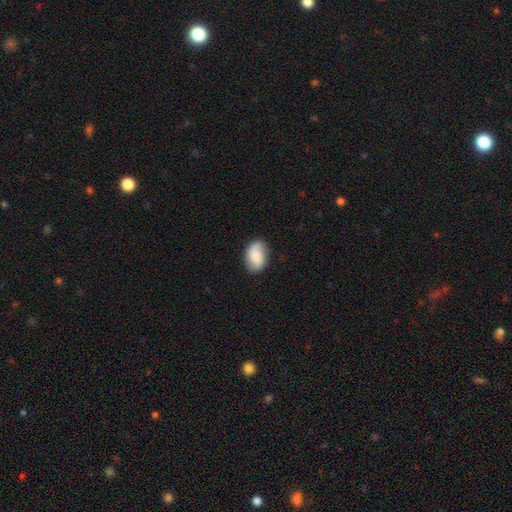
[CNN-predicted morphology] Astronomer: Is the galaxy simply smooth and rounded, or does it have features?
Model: smooth — 69%.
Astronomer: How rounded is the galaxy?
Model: in between — 85%.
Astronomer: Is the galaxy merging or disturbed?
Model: none — 74%.